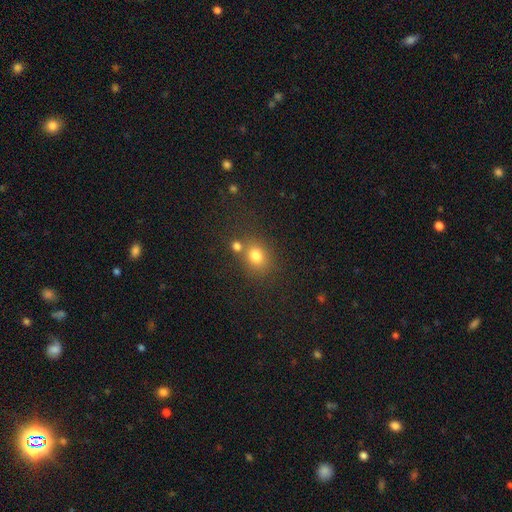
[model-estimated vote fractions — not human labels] This appears to be a smooth galaxy with no disk features (78%) that is round (66%). Merging: none (60%).